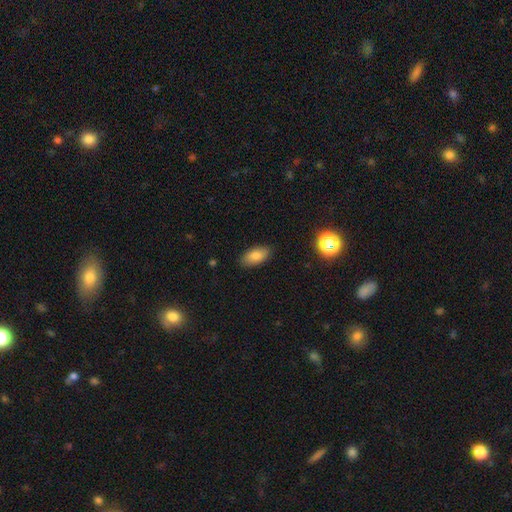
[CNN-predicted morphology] smooth-or-featured: smooth: 81% | featured or disk: 10% | star or artifact: 9%
  how-rounded: in between: 91% | cigar-shaped: 5% | round: 4%
  merging: none: 87% | minor disturbance: 9% | major disturbance: 2% | merger: 1%